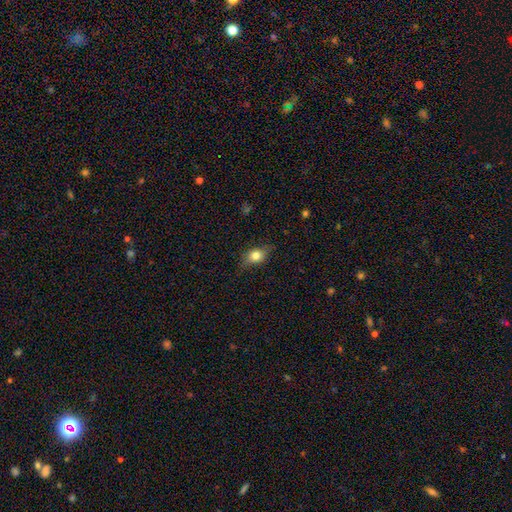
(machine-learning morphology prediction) The model was most divided on "how rounded": in between: 66%, round: 28%, cigar-shaped: 5%. More confident: smooth or featured — smooth (74%); merging — none (73%).